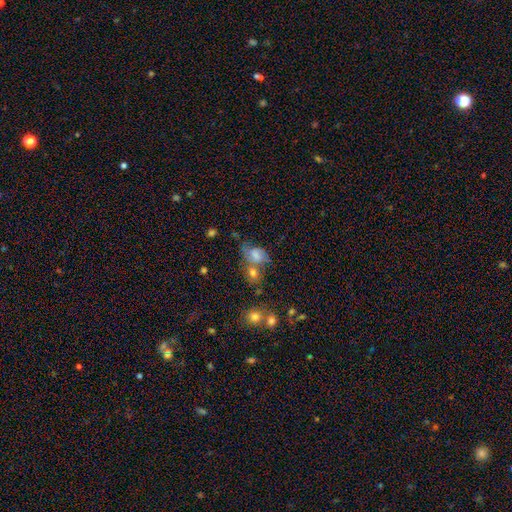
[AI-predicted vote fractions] Morphology: type=smooth (55%); roundness=in between (76%); merging=none (32%).